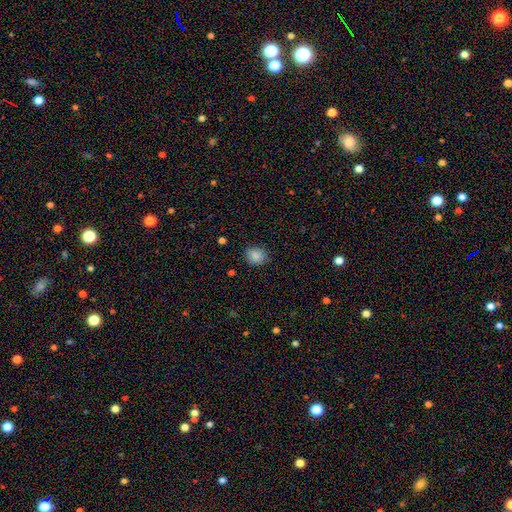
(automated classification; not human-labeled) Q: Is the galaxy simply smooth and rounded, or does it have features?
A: smooth — 85%.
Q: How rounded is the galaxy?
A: round — 67%.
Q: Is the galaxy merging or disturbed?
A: none — 83%.